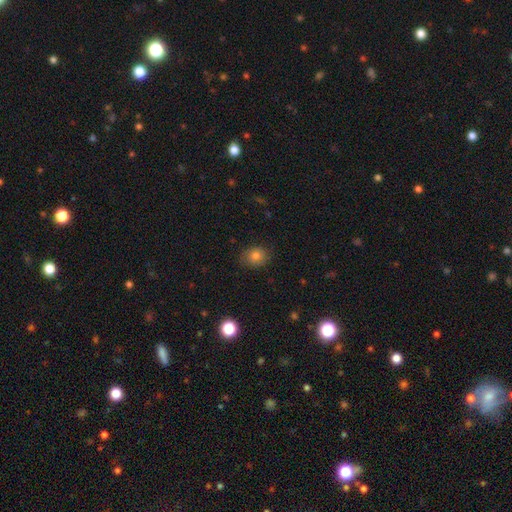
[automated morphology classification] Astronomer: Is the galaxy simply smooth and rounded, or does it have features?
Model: smooth — 78%.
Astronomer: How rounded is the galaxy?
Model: round — 58% (runner-up: in between, 41%).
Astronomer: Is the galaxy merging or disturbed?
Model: none — 82%.